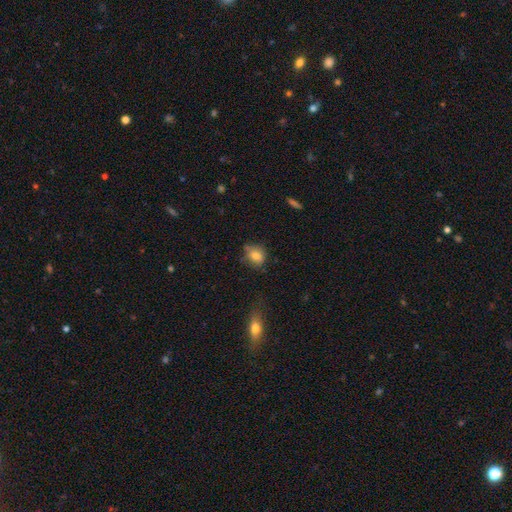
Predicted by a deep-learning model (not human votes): smooth 79%, featured or disk 11%, star or artifact 10%. Down the decision tree: how rounded — round (56%); merging — none (56%).